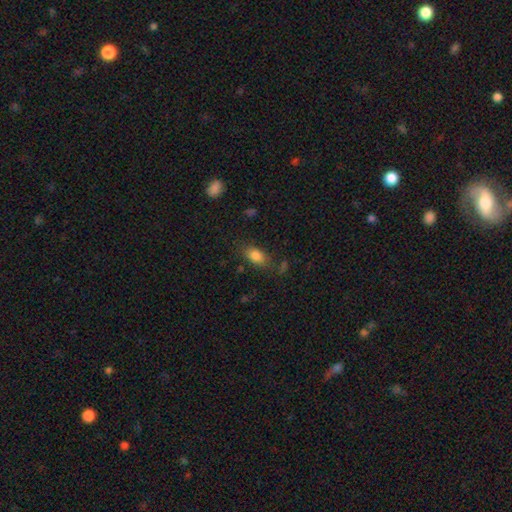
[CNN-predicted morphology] smooth_or_featured: smooth (p=0.82) [alt: star or artifact p=0.09]
how_rounded: in between (p=0.86) [alt: round p=0.09]
merging: none (p=0.72) [alt: minor disturbance p=0.17]